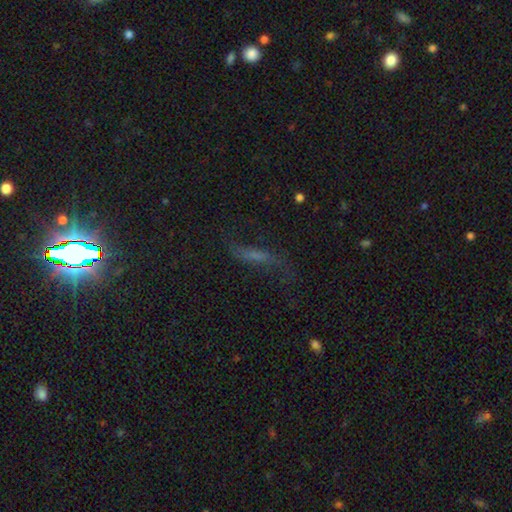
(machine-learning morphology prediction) Smooth or featured?
  - featured or disk: 46% *
  - smooth: 34%
  - star or artifact: 20%
Merging?
  - none: 57% *
  - minor disturbance: 20%
  - major disturbance: 19%
  - merger: 3%